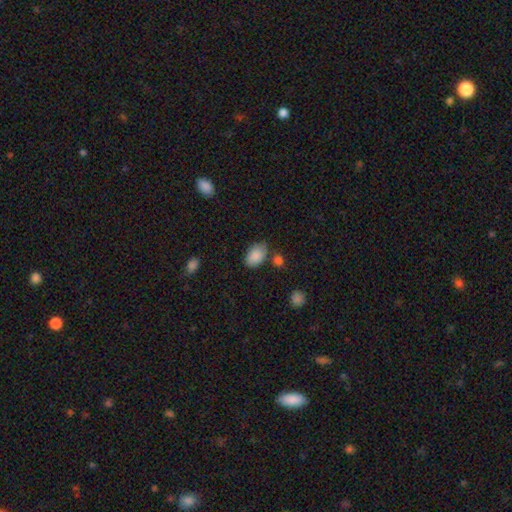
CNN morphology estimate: Smooth or featured: smooth — 87% (star or artifact — 7%)
How rounded: in between — 89% (round — 9%)
Merging: none — 65% (minor disturbance — 20%)